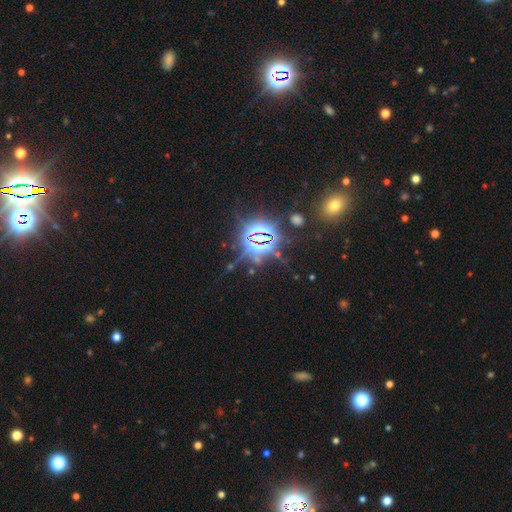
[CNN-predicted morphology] Overall: star or artifact (85%).